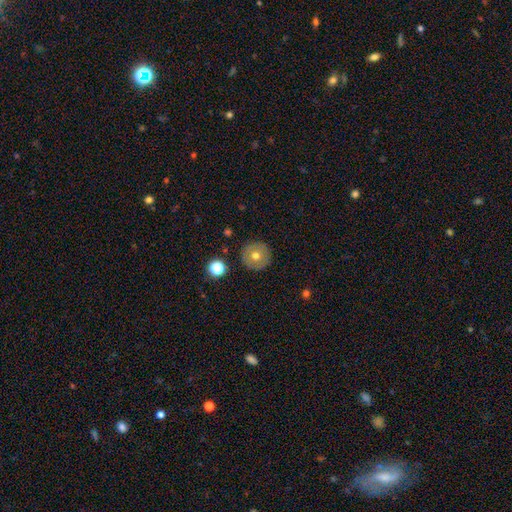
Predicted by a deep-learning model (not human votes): Overall: smooth (63%; featured or disk 28%). How rounded: round (95%). Merging: none (90%).